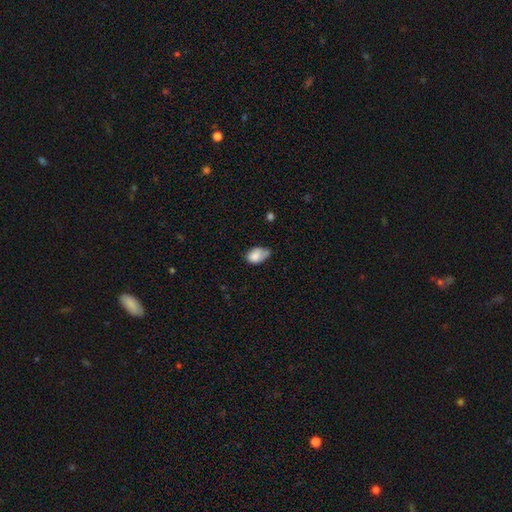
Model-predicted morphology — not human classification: smooth 79%, featured or disk 12%, star or artifact 8%. Down the decision tree: how rounded — in between (87%); merging — minor disturbance (44%).